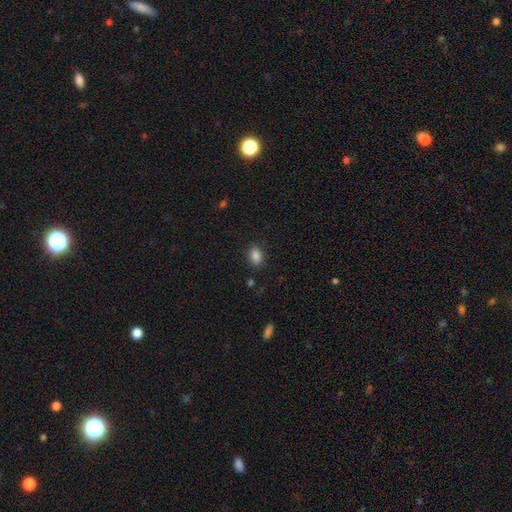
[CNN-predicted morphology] Smooth or featured?
  - smooth: 87% *
  - star or artifact: 10%
  - featured or disk: 4%
How rounded?
  - in between: 75% *
  - round: 24%
  - cigar-shaped: 1%
Merging?
  - none: 86% *
  - minor disturbance: 10%
  - major disturbance: 3%
  - merger: 2%